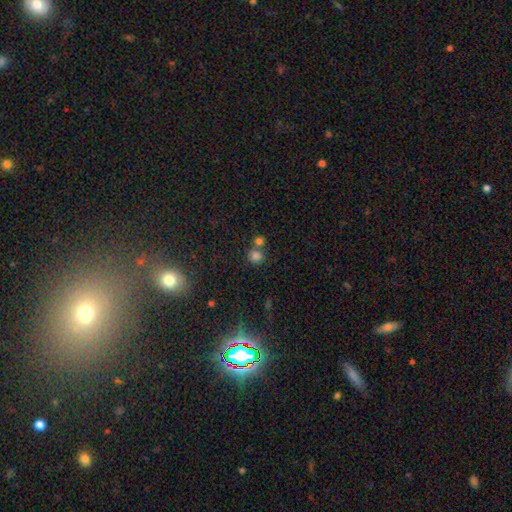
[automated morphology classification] This appears to be a smooth galaxy with no disk features (77%) that is round (87%). Merging: none (57%).